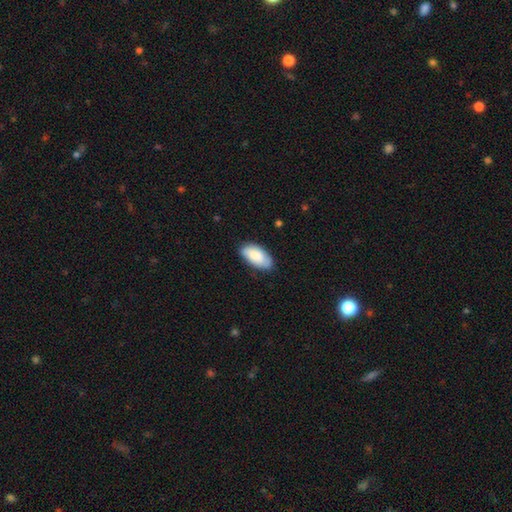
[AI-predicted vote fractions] This appears to be a smooth galaxy with no disk features (82%) that is in between round and cigar-shaped (95%). Merging: none (78%).